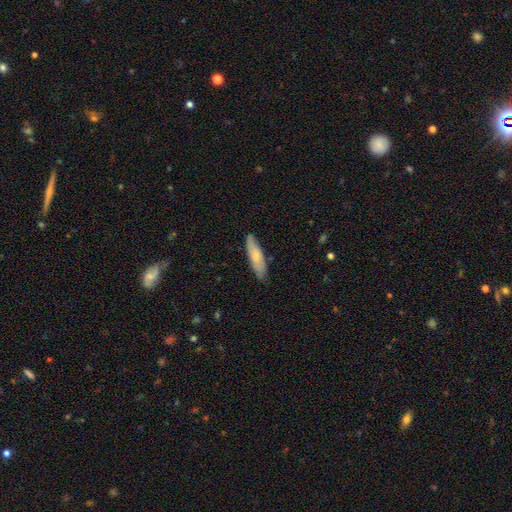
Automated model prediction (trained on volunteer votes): A smooth galaxy with no disk features (70%) that is cigar-shaped (62%). Merging: none (81%).